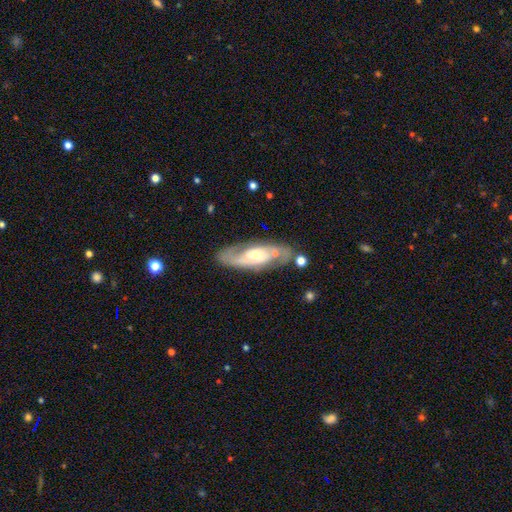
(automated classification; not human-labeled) Smooth or featured: featured or disk — 76% (smooth — 19%)
Edge-on disk: no — 86% (yes — 14%)
Bar: no — 52% (weak — 33%)
Spiral arms: yes — 85% (no — 15%)
Spiral winding: medium — 48% (tight — 26%)
Spiral arm count: 2 — 82% (can't tell — 11%)
Bulge size: moderate — 50% (small — 37%)
Merging: none — 74% (minor disturbance — 14%)